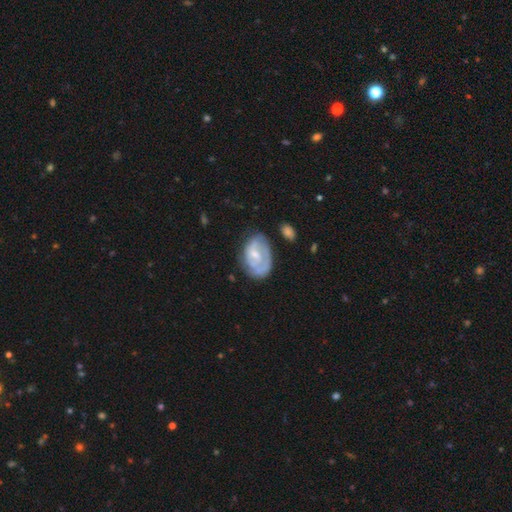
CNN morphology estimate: featured or disk 66%, smooth 28%, star or artifact 6%. Down the decision tree: edge-on disk — no (97%); bar — no (52%); spiral arms — yes (72%); bulge size — small (47%); merging — none (54%).